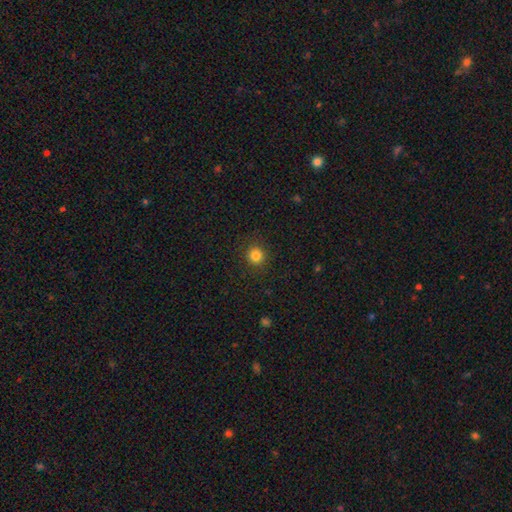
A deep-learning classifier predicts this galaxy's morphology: Overall: smooth (83%). How rounded: round (93%). Merging: none (90%).